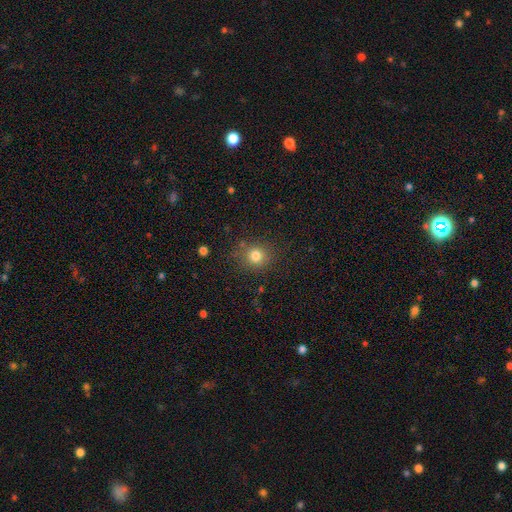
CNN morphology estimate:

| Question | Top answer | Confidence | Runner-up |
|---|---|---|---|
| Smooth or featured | smooth | 79% | star or artifact (14%) |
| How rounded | round | 86% | in between (13%) |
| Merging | none | 83% | minor disturbance (11%) |